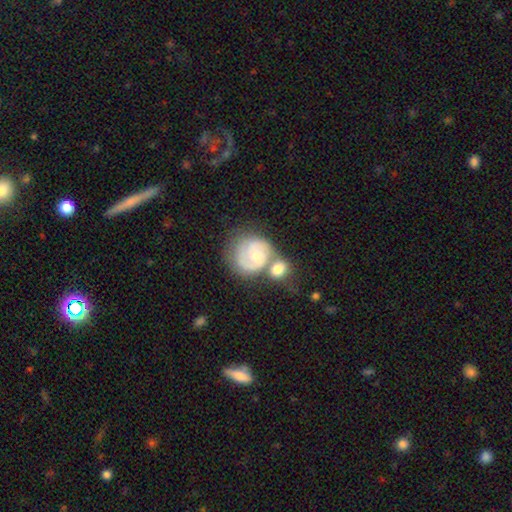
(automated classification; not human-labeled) smooth_or_featured: featured or disk (p=0.73) [alt: smooth p=0.22]
disk_edge_on: no (p=0.98) [alt: yes p=0.02]
bar: no (p=0.69) [alt: weak p=0.26]
has_spiral_arms: yes (p=0.90) [alt: no p=0.10]
spiral_winding: tight (p=0.56) [alt: medium p=0.34]
spiral_arm_count: 2 (p=0.62) [alt: 1 p=0.19]
bulge_size: moderate (p=0.52) [alt: small p=0.39]
merging: merger (p=0.41) [alt: none p=0.35]